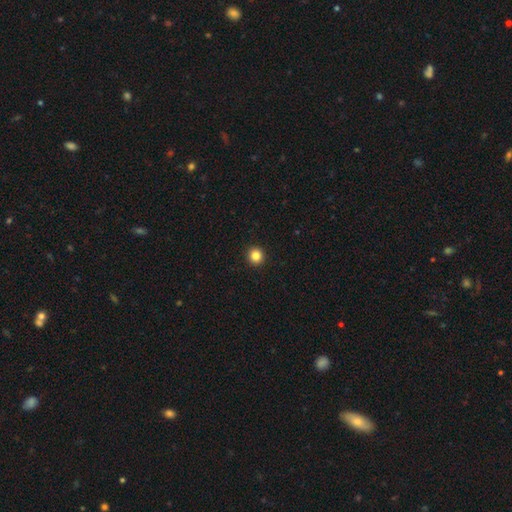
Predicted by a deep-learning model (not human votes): Q: Smooth or featured?
A: smooth (85%); runner-up: star or artifact (11%)
Q: How rounded?
A: round (94%); runner-up: in between (5%)
Q: Merging?
A: none (94%); runner-up: minor disturbance (4%)